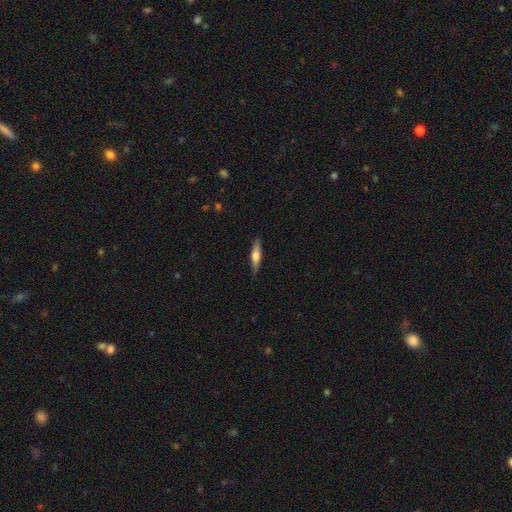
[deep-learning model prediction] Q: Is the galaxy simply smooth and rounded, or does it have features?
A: smooth — 50%.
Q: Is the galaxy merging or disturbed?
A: none — 86%.